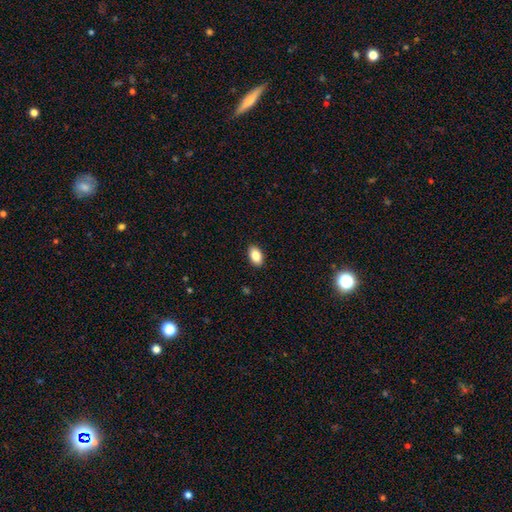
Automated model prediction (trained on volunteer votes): This is clearly a smooth galaxy (86%). How rounded: clearly in between (92%). Merging: clearly none (90%).